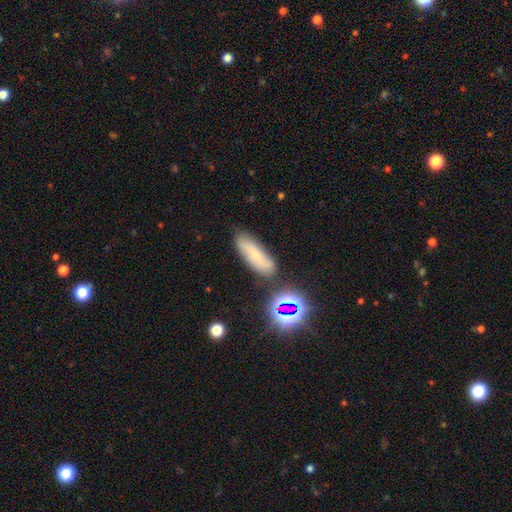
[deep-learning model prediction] This appears to be a smooth galaxy with no disk features (56%) that is in between round and cigar-shaped (53%). Merging: none (72%).